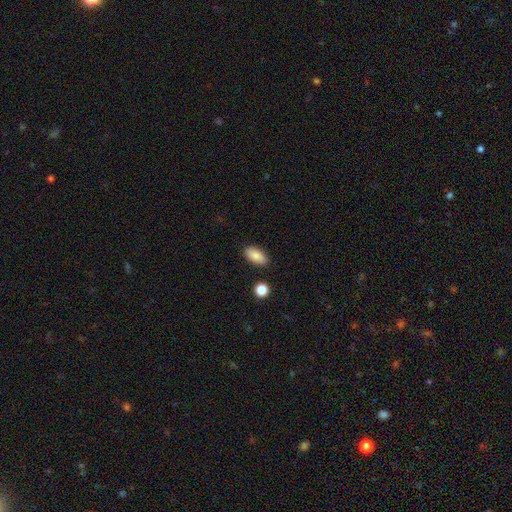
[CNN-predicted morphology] The model was most divided on "smooth or featured": smooth: 85%, featured or disk: 7%, star or artifact: 7%. More confident: how rounded — in between (91%); merging — none (87%).